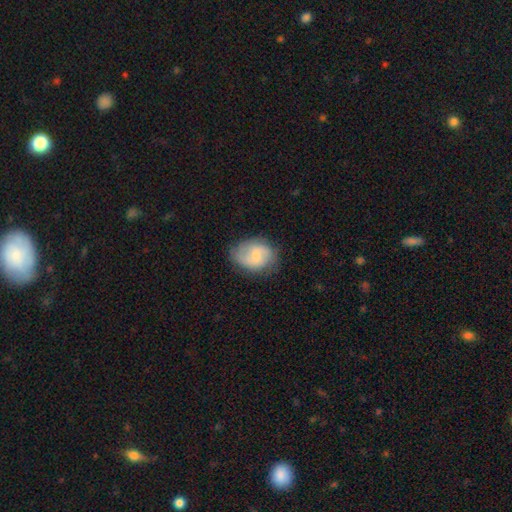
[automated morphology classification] Q: Smooth or featured?
A: smooth (52%); runner-up: featured or disk (41%)
Q: How rounded?
A: in between (60%); runner-up: round (39%)
Q: Merging?
A: none (70%); runner-up: minor disturbance (22%)